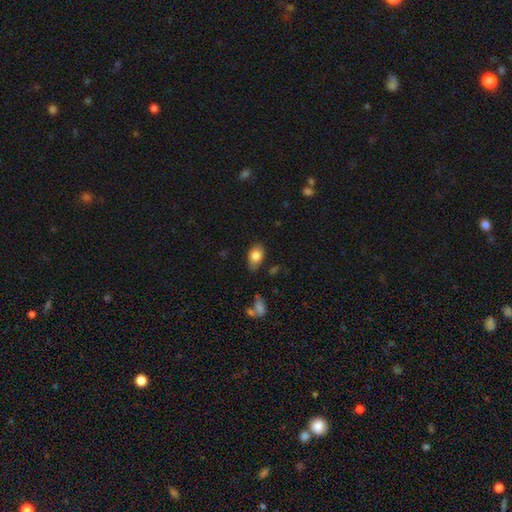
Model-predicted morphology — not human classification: Q: Smooth or featured?
A: smooth (82%); runner-up: featured or disk (11%)
Q: How rounded?
A: in between (87%); runner-up: round (11%)
Q: Merging?
A: none (74%); runner-up: minor disturbance (20%)